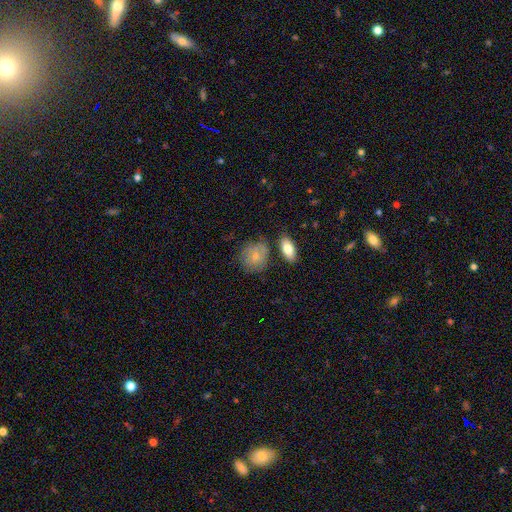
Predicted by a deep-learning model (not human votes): Smooth or featured: smooth — 74% (featured or disk — 18%)
How rounded: round — 67% (in between — 32%)
Merging: none — 66% (minor disturbance — 20%)